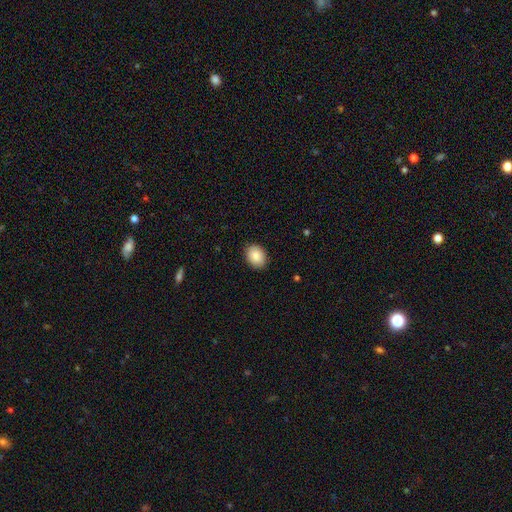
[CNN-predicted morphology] type=smooth (88%); roundness=in between (63%); merging=none (88%).